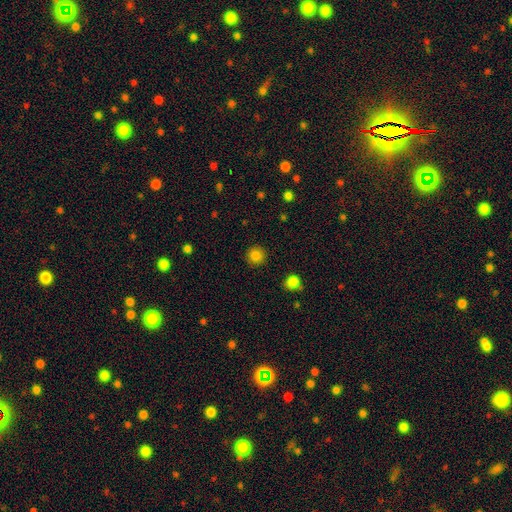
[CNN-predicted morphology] This appears to be a smooth galaxy with no disk features (84%) that is round (94%). Merging: none (91%).